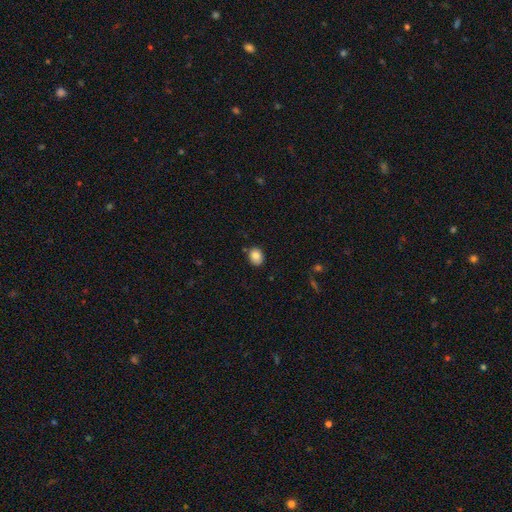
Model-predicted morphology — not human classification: smooth_or_featured: smooth (p=0.84) [alt: star or artifact p=0.09]
how_rounded: round (p=0.50) [alt: in between p=0.49]
merging: none (p=0.82) [alt: minor disturbance p=0.12]